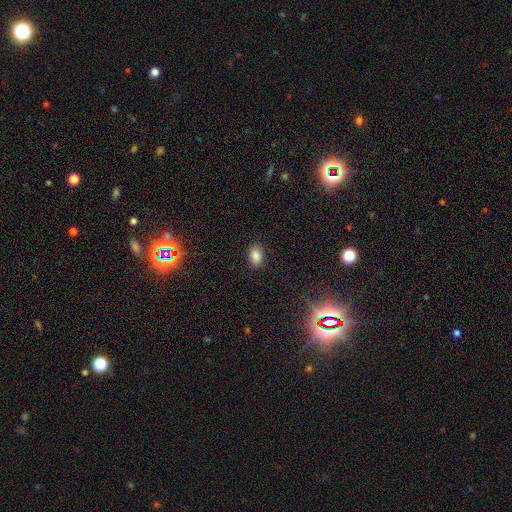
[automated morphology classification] This is clearly a smooth galaxy (84%). How rounded: clearly in between (83%). Merging: clearly none (88%).